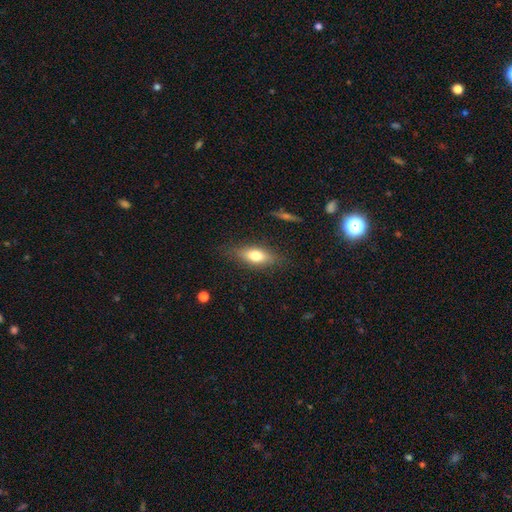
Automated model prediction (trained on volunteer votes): Morphology: type=smooth (70%); roundness=in between (71%); merging=none (81%).